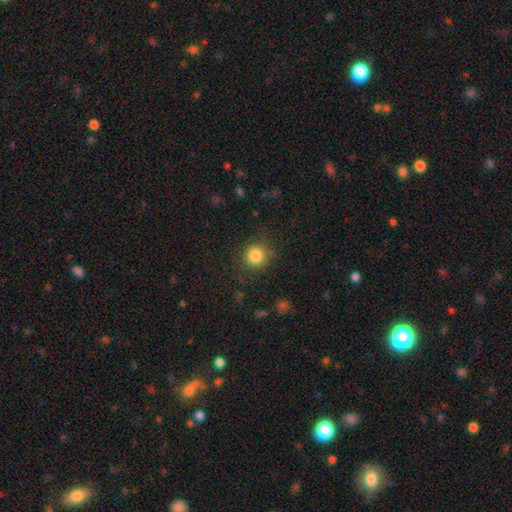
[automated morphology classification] This is clearly a smooth galaxy (84%). How rounded: clearly round (92%). Merging: clearly none (84%).